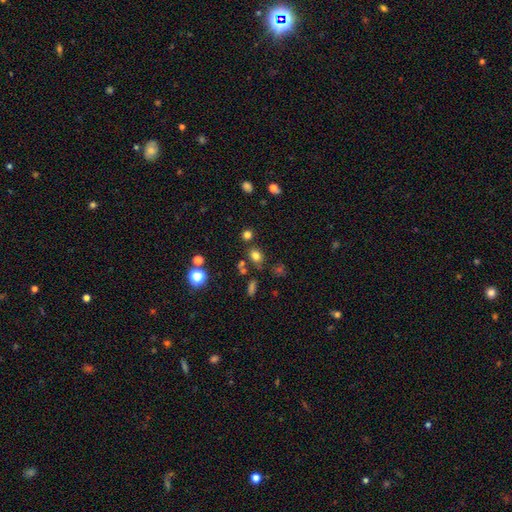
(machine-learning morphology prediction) smooth-or-featured: smooth: 75% | star or artifact: 18% | featured or disk: 7%
  how-rounded: round: 54% | in between: 45% | cigar-shaped: 1%
  merging: none: 73% | minor disturbance: 12% | merger: 10% | major disturbance: 5%